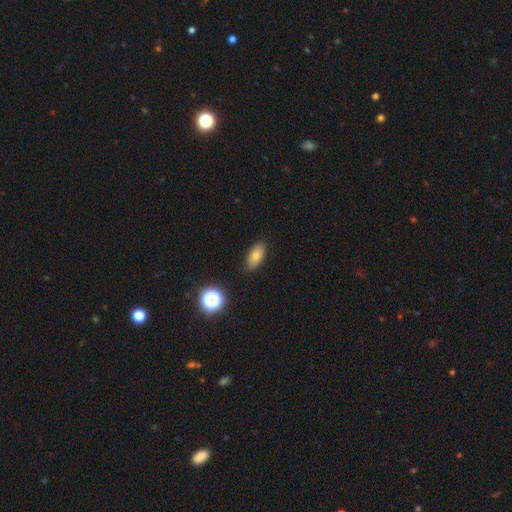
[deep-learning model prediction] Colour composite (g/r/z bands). It shows a smooth galaxy with no disk features (75%) that is in between round and cigar-shaped (87%). Merging: none (87%).